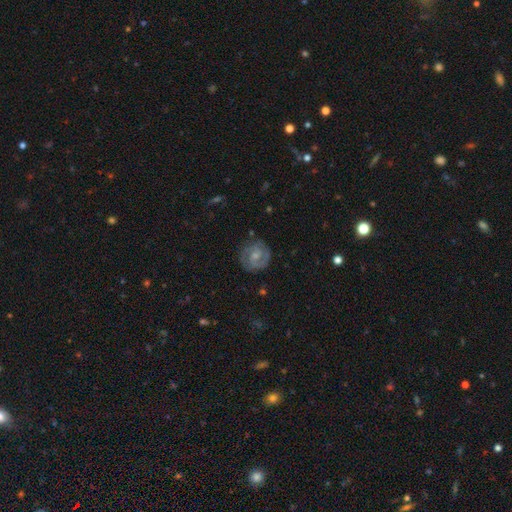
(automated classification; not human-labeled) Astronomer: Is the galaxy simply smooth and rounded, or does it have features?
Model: featured or disk — 68%.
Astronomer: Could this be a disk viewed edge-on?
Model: no — 98%.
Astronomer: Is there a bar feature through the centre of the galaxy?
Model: no — 51% (runner-up: weak, 42%).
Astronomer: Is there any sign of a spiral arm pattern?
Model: yes — 89%.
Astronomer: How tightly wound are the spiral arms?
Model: tight — 54% (runner-up: medium, 37%).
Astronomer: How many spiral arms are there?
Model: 2 — 69%.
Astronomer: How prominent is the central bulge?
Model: small — 51% (runner-up: moderate, 38%).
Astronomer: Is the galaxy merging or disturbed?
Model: none — 79%.